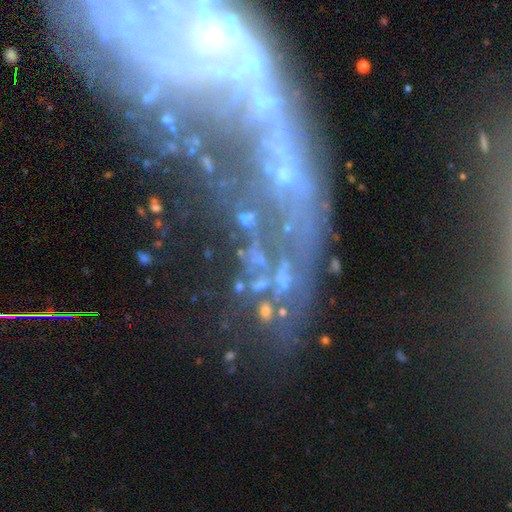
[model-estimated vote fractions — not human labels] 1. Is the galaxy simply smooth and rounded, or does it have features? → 43% featured or disk, 35% star or artifact, 22% smooth.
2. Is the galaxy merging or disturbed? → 40% none, 24% major disturbance, 20% merger, 16% minor disturbance.